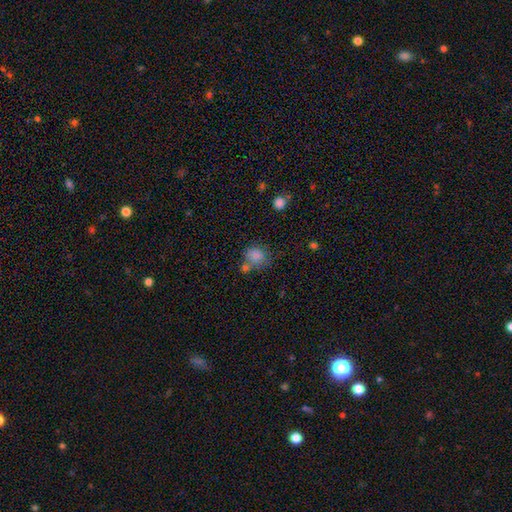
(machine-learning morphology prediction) Q: Smooth or featured?
A: smooth (82%); runner-up: star or artifact (11%)
Q: How rounded?
A: round (68%); runner-up: in between (31%)
Q: Merging?
A: none (52%); runner-up: merger (22%)